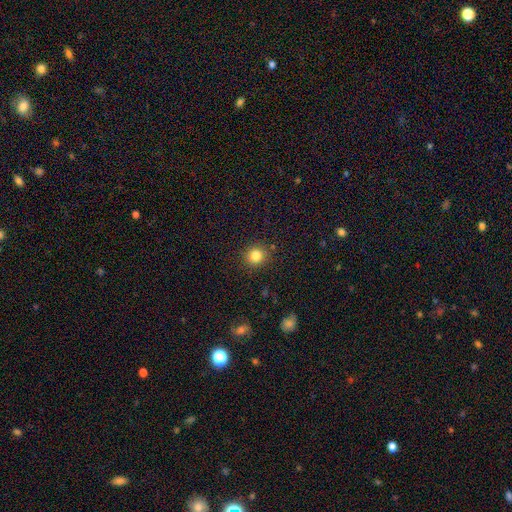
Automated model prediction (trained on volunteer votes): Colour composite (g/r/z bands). It shows a smooth galaxy with no disk features (82%) that is round (89%). Merging: none (87%).